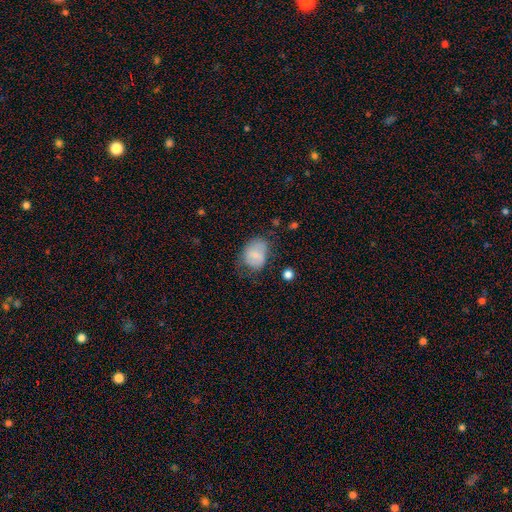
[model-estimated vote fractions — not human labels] Overall: smooth (67%). How rounded: in between (61%; round 38%). Merging: none (49%; minor disturbance 32%).